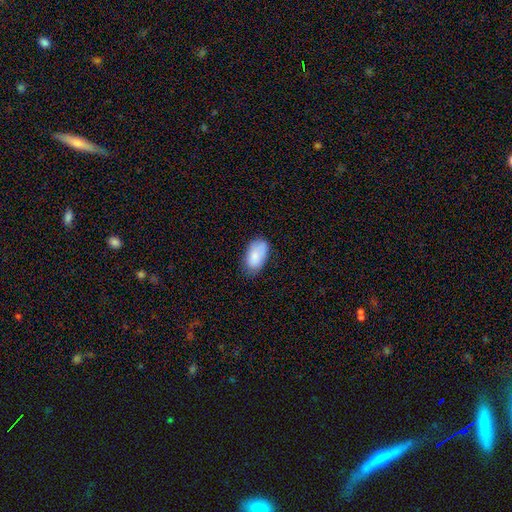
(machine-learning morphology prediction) A smooth galaxy with no disk features (85%) that is in between round and cigar-shaped (95%). Merging: none (69%).